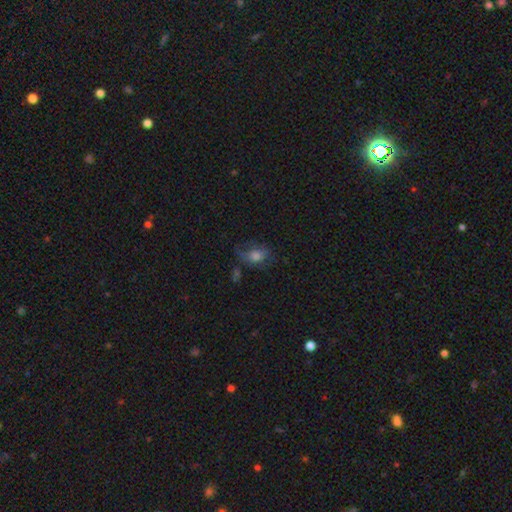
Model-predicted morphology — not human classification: smooth 60%, featured or disk 24%, star or artifact 16%. Down the decision tree: how rounded — in between (67%); merging — none (46%).